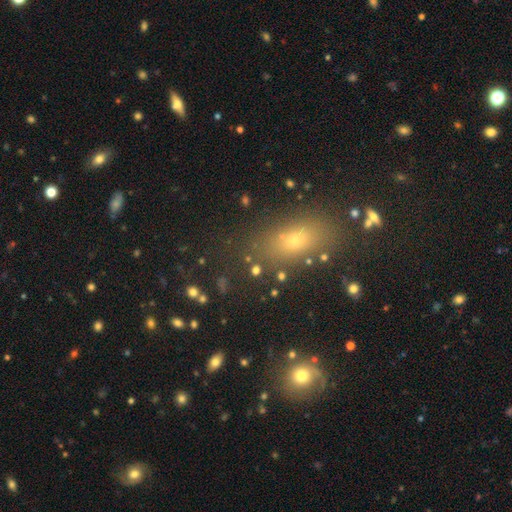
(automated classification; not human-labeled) smooth-or-featured: smooth: 54% | star or artifact: 29% | featured or disk: 17%
  how-rounded: in between: 75% | round: 15% | cigar-shaped: 10%
  merging: none: 77% | minor disturbance: 13% | major disturbance: 6% | merger: 4%